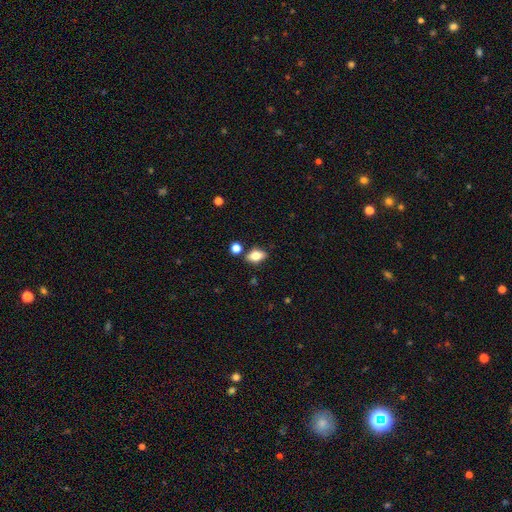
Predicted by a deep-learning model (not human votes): This appears to be a smooth galaxy with no disk features (76%) that is in between round and cigar-shaped (82%). Merging: none (77%).